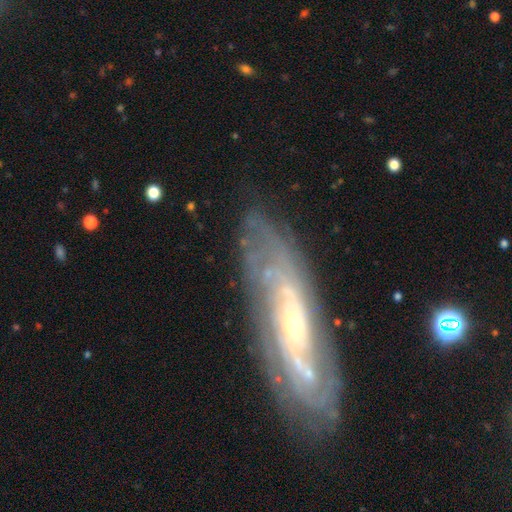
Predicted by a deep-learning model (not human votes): Q: Smooth or featured?
A: featured or disk (81%); runner-up: smooth (12%)
Q: Edge-on disk?
A: no (80%); runner-up: yes (20%)
Q: Bar?
A: no (69%); runner-up: weak (23%)
Q: Spiral arms?
A: yes (89%); runner-up: no (11%)
Q: Spiral winding?
A: tight (59%); runner-up: medium (29%)
Q: Spiral arm count?
A: can't tell (49%); runner-up: 2 (25%)
Q: Bulge size?
A: small (65%); runner-up: moderate (29%)
Q: Merging?
A: none (72%); runner-up: minor disturbance (15%)